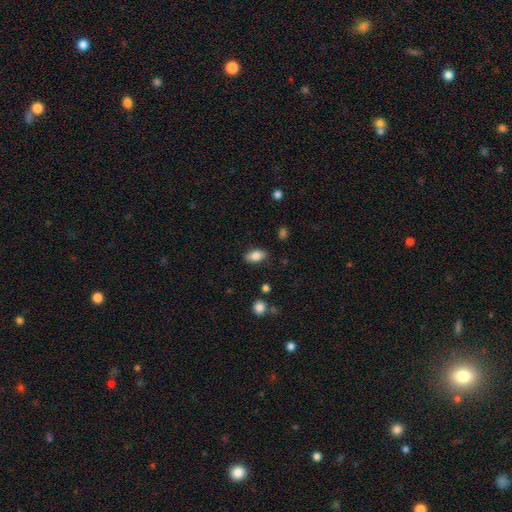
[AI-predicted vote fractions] Smooth or featured? smooth (84%)
How rounded? in between (90%)
Merging? none (85%)